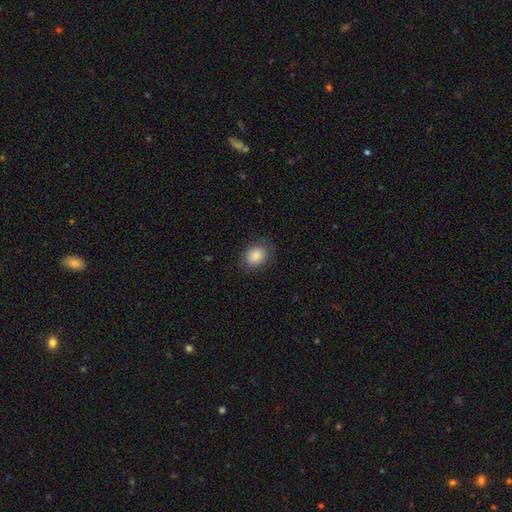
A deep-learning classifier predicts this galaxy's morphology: This appears to be a smooth galaxy with no disk features (87%) that is in between round and cigar-shaped (52%). Merging: none (83%).